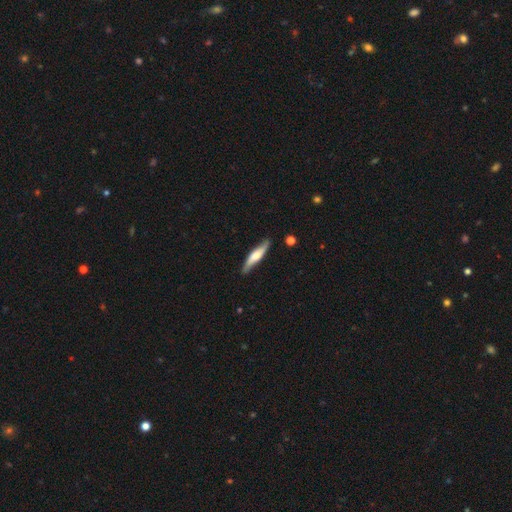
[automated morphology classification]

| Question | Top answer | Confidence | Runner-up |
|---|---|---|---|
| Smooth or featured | featured or disk | 57% | smooth (37%) |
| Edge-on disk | yes | 76% | no (24%) |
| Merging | none | 80% | minor disturbance (15%) |